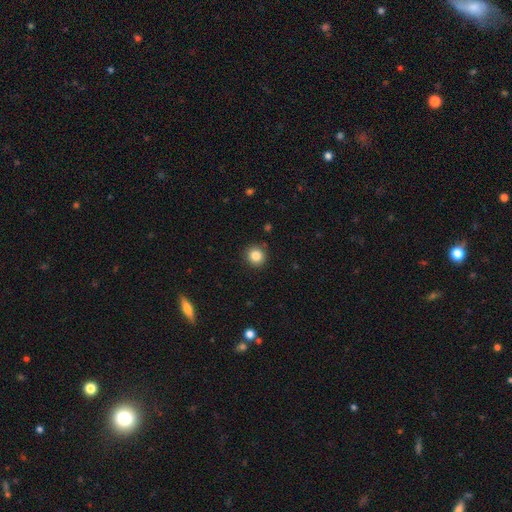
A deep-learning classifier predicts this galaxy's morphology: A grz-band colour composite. It shows a smooth galaxy with no disk features (84%) that is round (93%). Merging: none (90%).